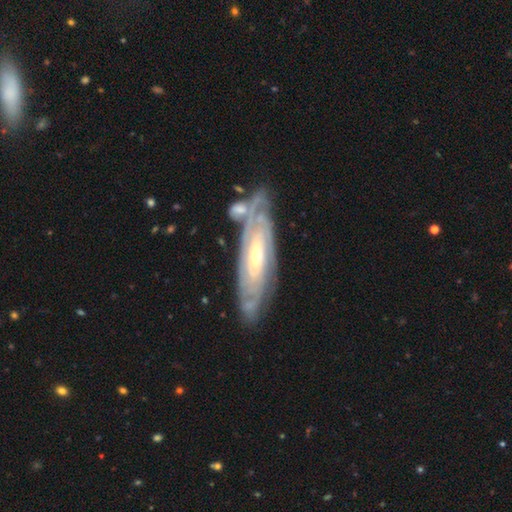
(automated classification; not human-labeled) Smooth or featured? featured or disk (83%)
Edge-on disk? no (81%)
Bar? no (58%)
Spiral arms? yes (89%)
Spiral winding? tight (80%)
Spiral arm count? can't tell (62%)
Bulge size? small (60%)
Merging? none (69%)